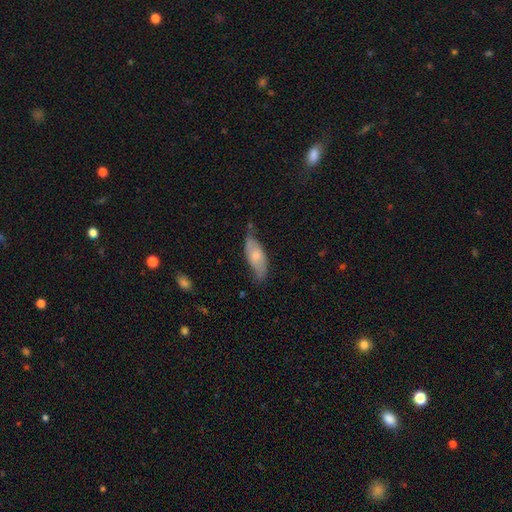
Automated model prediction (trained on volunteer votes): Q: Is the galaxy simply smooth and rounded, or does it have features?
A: smooth — 60%.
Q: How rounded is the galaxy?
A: in between — 75%.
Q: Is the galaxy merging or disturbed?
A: none — 59%.